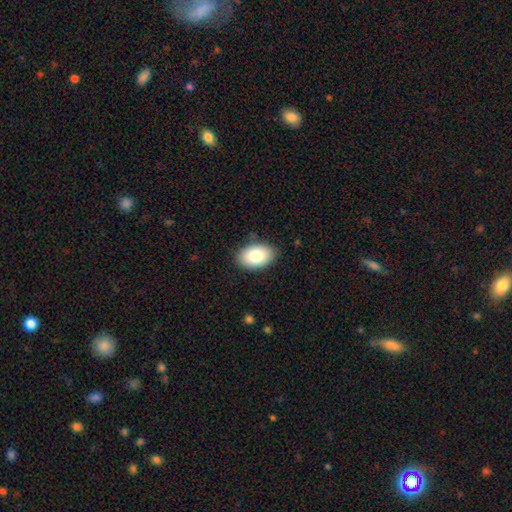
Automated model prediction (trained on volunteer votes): smooth-or-featured: smooth: 81% | featured or disk: 12% | star or artifact: 7%
  how-rounded: in between: 90% | round: 9% | cigar-shaped: 1%
  merging: none: 87% | minor disturbance: 10% | major disturbance: 2% | merger: 1%